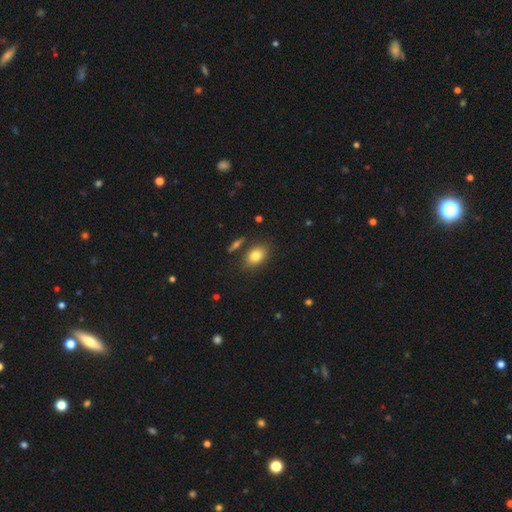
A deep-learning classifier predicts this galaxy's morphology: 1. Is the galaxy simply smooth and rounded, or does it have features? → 81% smooth, 11% featured or disk, 9% star or artifact.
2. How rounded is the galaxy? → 79% in between, 19% round, 2% cigar-shaped.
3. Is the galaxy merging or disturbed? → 78% none, 12% minor disturbance, 7% merger, 3% major disturbance.